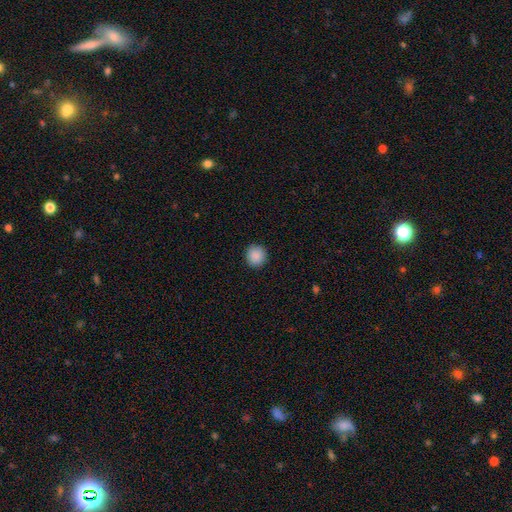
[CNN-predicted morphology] This appears to be a smooth galaxy with no disk features (89%) that is round (92%). Merging: none (92%).